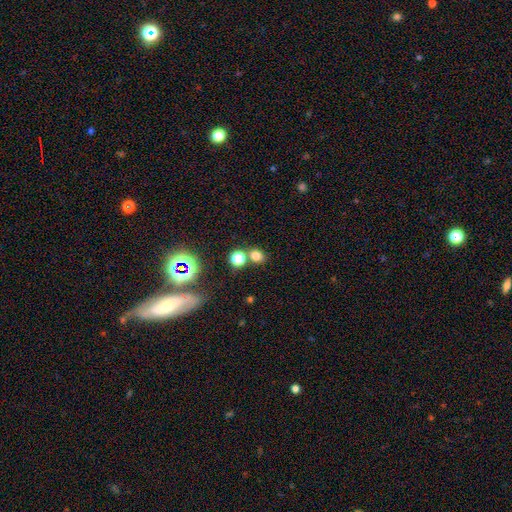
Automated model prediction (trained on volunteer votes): A smooth galaxy with no disk features (73%) that is round (67%). Merging: none (61%).